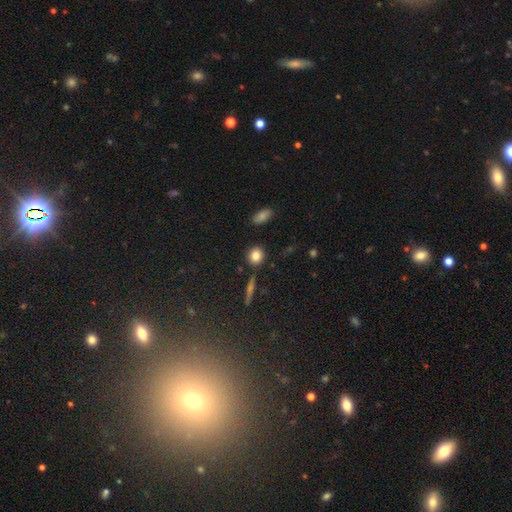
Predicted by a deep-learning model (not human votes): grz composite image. It shows a smooth galaxy with no disk features (82%) that is round (80%). Merging: none (85%).